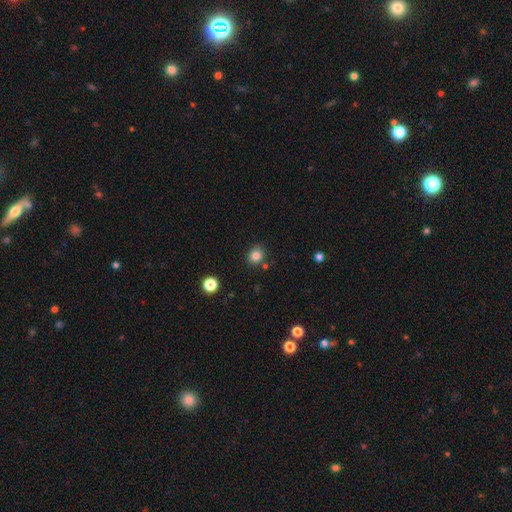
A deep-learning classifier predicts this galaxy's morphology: A smooth galaxy with no disk features (83%) that is round (69%). Merging: none (82%).